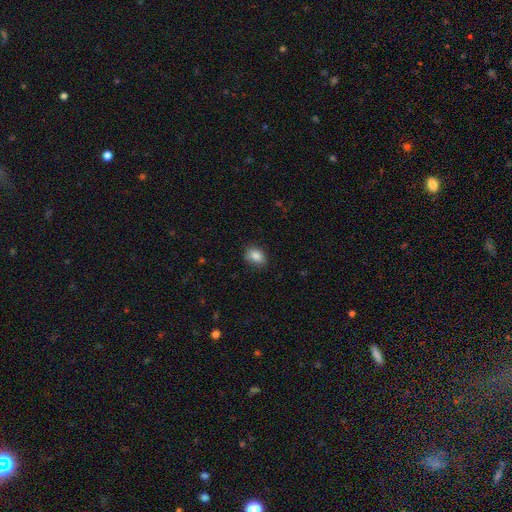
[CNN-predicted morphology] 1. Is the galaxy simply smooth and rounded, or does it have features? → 86% smooth, 8% star or artifact, 6% featured or disk.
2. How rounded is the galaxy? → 75% in between, 23% round, 1% cigar-shaped.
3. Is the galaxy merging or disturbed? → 77% none, 18% minor disturbance, 4% major disturbance, 1% merger.